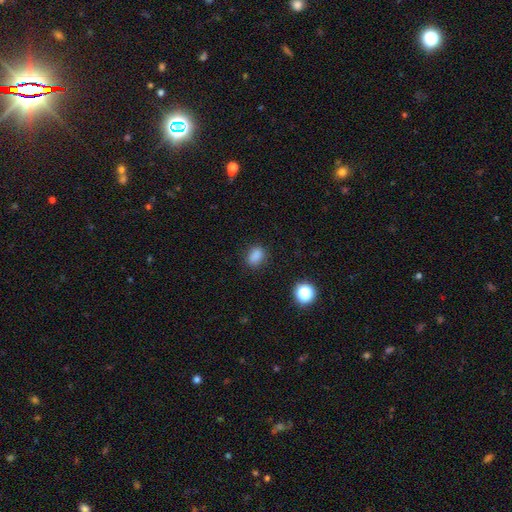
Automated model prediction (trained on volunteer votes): smooth_or_featured: smooth (p=0.83) [alt: star or artifact p=0.13]
how_rounded: in between (p=0.71) [alt: round p=0.27]
merging: none (p=0.82) [alt: minor disturbance p=0.12]